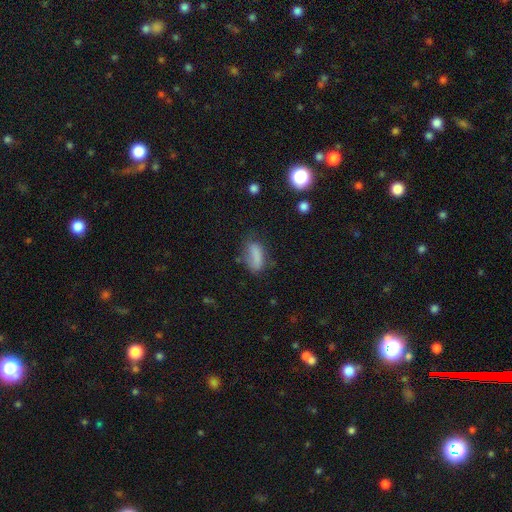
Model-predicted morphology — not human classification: Smooth or featured?
  - smooth: 79% *
  - featured or disk: 11%
  - star or artifact: 10%
How rounded?
  - in between: 80% *
  - cigar-shaped: 16%
  - round: 4%
Merging?
  - none: 51% *
  - minor disturbance: 30%
  - major disturbance: 15%
  - merger: 4%